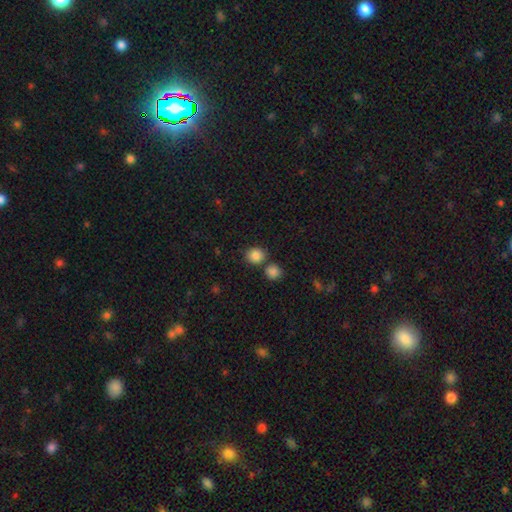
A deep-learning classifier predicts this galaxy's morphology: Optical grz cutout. It shows a smooth galaxy with no disk features (86%) that is round (79%). Merging: none (71%).